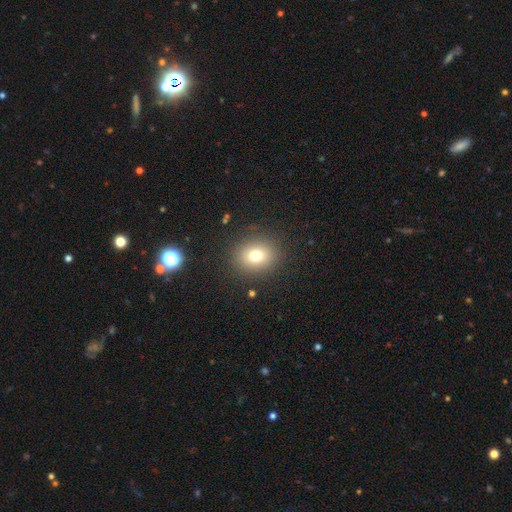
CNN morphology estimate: This appears to be a smooth galaxy with no disk features (74%) that is round (68%). Merging: none (87%).